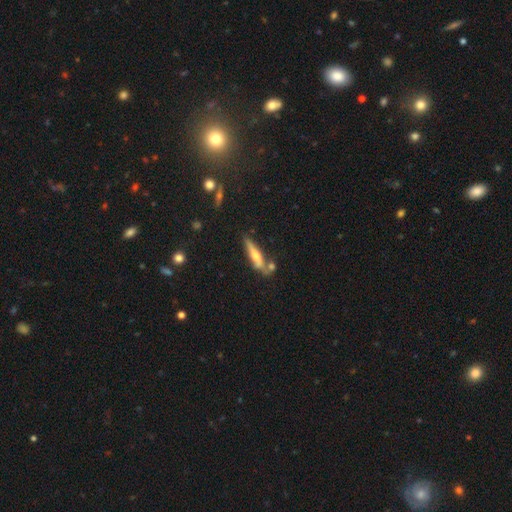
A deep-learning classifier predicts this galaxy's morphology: This appears to be a featured or disk galaxy (55%) viewed edge-on (90%). Merging: none (61%).